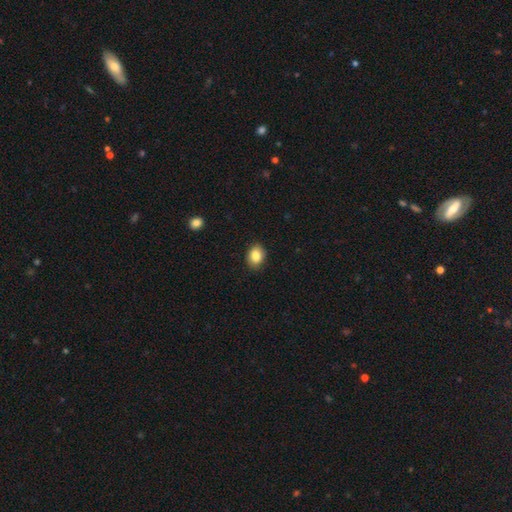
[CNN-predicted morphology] A smooth galaxy with no disk features (85%) that is in between round and cigar-shaped (68%).

Vote fractions:
- Smooth or featured? smooth: 85% / star or artifact: 8% / featured or disk: 6%
- How rounded? in between: 68% / round: 30% / cigar-shaped: 1%
- Merging? none: 89% / minor disturbance: 9% / major disturbance: 2% / merger: 1%